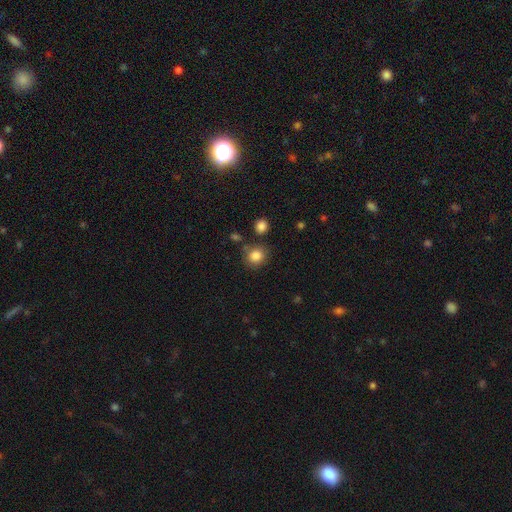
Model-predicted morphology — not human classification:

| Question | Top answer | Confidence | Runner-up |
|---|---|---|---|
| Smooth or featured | smooth | 84% | star or artifact (10%) |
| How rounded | round | 83% | in between (16%) |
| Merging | none | 77% | minor disturbance (12%) |